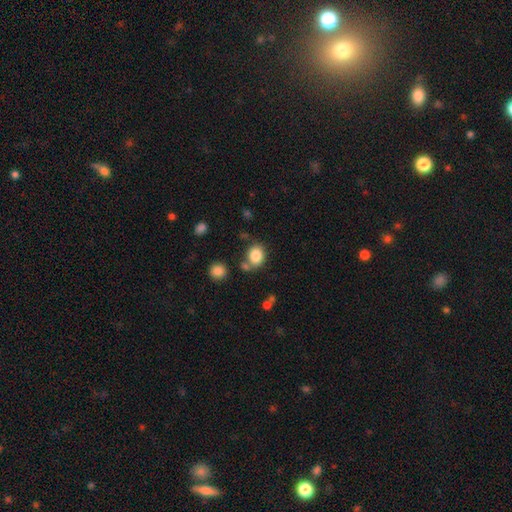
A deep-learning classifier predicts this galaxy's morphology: Smooth or featured?
  - smooth: 84% *
  - star or artifact: 9%
  - featured or disk: 7%
How rounded?
  - in between: 50% *
  - round: 49%
  - cigar-shaped: 1%
Merging?
  - none: 65% *
  - merger: 16%
  - minor disturbance: 14%
  - major disturbance: 5%